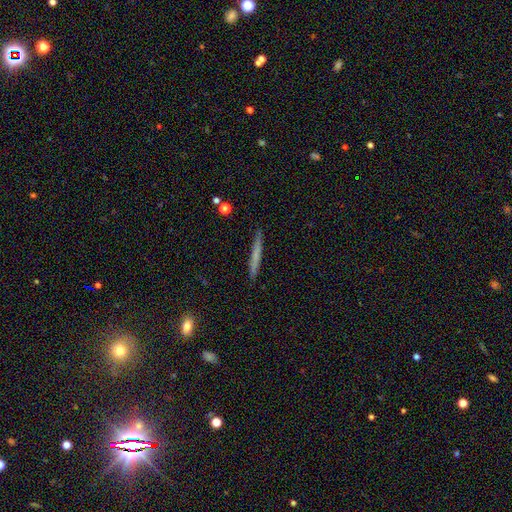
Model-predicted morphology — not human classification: A smooth galaxy with no disk features (63%) that is cigar-shaped (96%). Merging: none (90%).